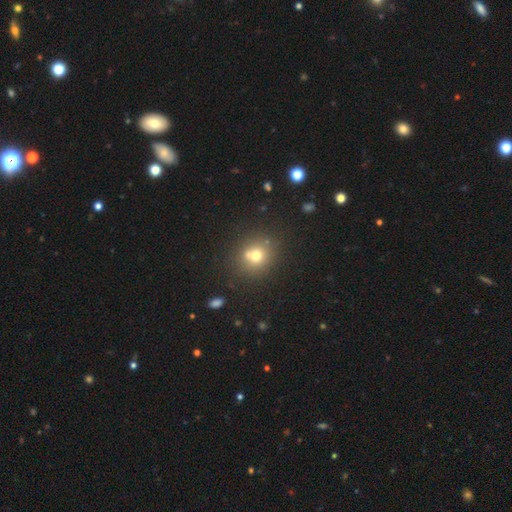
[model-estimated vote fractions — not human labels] smooth 69%, star or artifact 15%, featured or disk 15%. Down the decision tree: how rounded — round (81%); merging — none (62%).